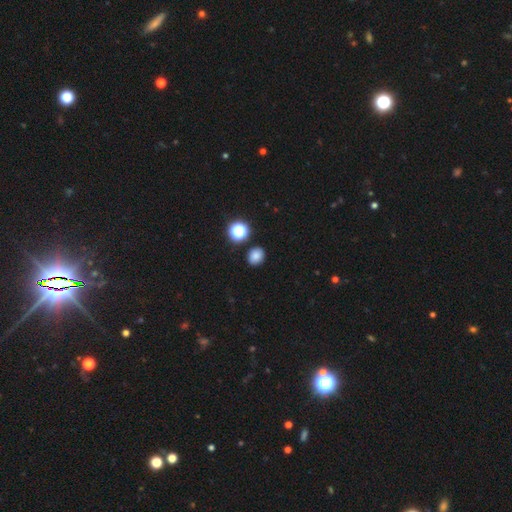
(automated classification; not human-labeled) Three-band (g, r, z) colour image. It shows a smooth galaxy with no disk features (80%) that is round (57%). Merging: none (86%).